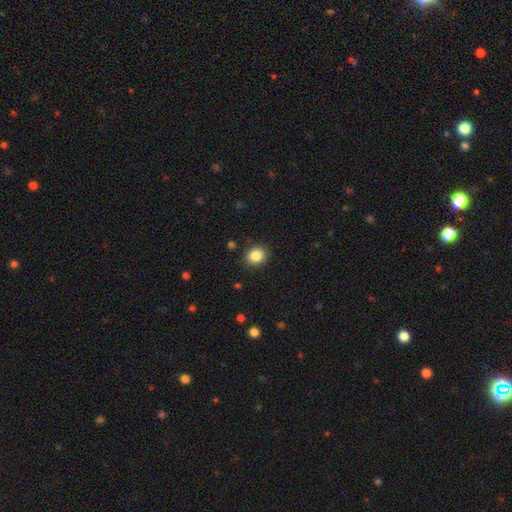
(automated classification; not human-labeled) smooth 86%, star or artifact 9%, featured or disk 5%. Down the decision tree: how rounded — round (69%); merging — none (88%).